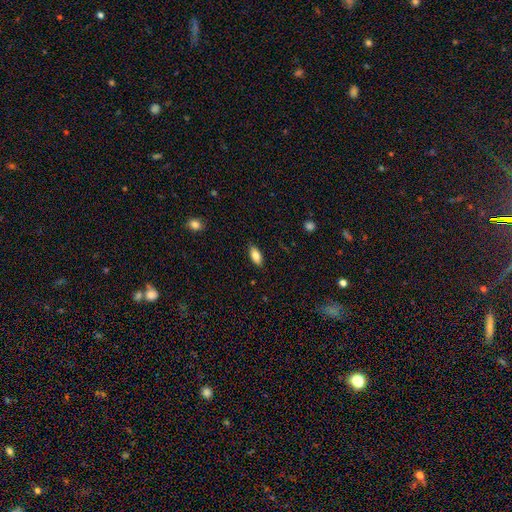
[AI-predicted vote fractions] smooth 83%, featured or disk 10%, star or artifact 7%. Down the decision tree: how rounded — in between (88%); merging — none (87%).